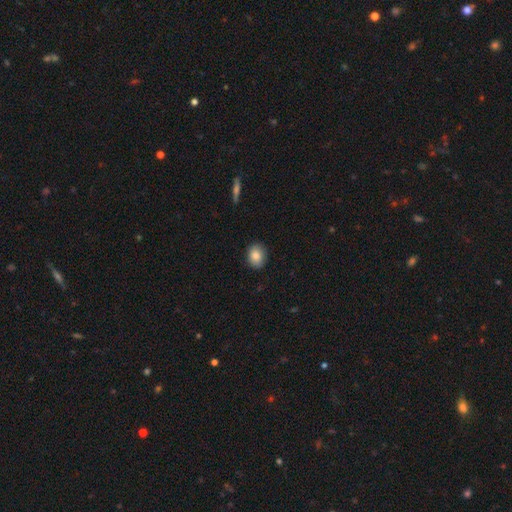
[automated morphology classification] Q: Smooth or featured?
A: smooth (86%); runner-up: star or artifact (8%)
Q: How rounded?
A: in between (55%); runner-up: round (44%)
Q: Merging?
A: none (88%); runner-up: minor disturbance (9%)